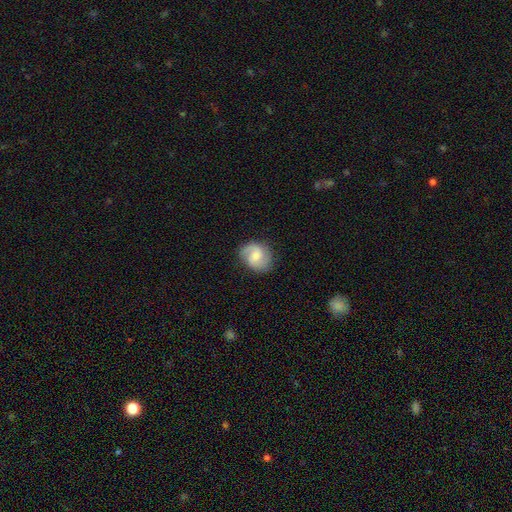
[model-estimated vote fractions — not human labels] A featured or disk galaxy (67%) with a weak bar (47%), 2 (82%) medium (49%) spiral arms (94%) and a moderate central bulge (46%). Merging: none (78%).